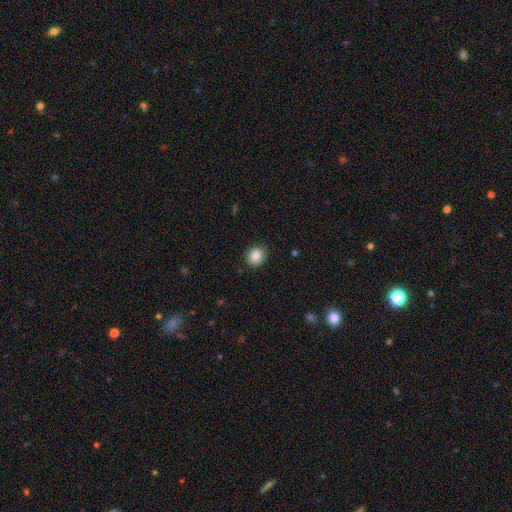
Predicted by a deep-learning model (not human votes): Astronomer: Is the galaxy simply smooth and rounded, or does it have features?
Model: smooth — 86%.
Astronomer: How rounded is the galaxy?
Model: round — 75%.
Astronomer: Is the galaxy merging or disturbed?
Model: none — 88%.